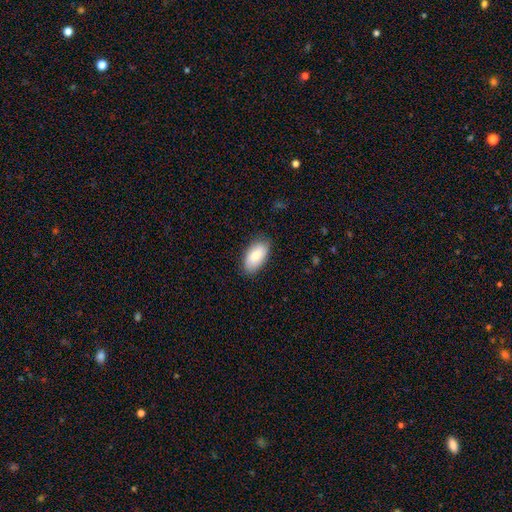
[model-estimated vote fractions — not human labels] smooth_or_featured: smooth (p=0.80) [alt: featured or disk p=0.14]
how_rounded: in between (p=0.94) [alt: round p=0.03]
merging: none (p=0.83) [alt: minor disturbance p=0.14]